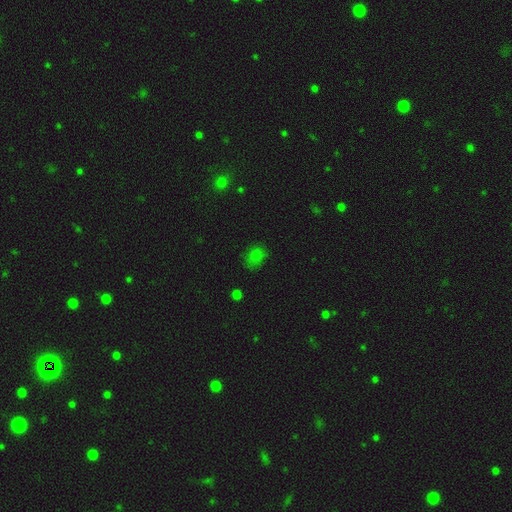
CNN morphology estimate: smooth-or-featured: smooth: 75% | star or artifact: 19% | featured or disk: 6%
  how-rounded: in between: 60% | round: 39% | cigar-shaped: 2%
  merging: none: 70% | minor disturbance: 21% | major disturbance: 7% | merger: 2%